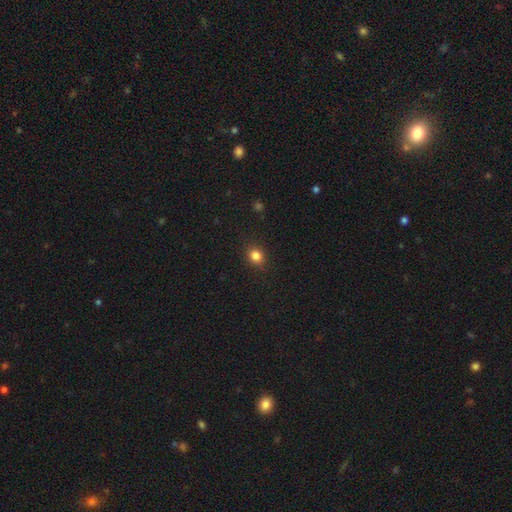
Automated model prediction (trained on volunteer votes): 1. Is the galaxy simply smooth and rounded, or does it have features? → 84% smooth, 12% star or artifact, 4% featured or disk.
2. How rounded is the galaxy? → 69% round, 30% in between, 1% cigar-shaped.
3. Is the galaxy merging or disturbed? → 88% none, 9% minor disturbance, 2% major disturbance, 1% merger.